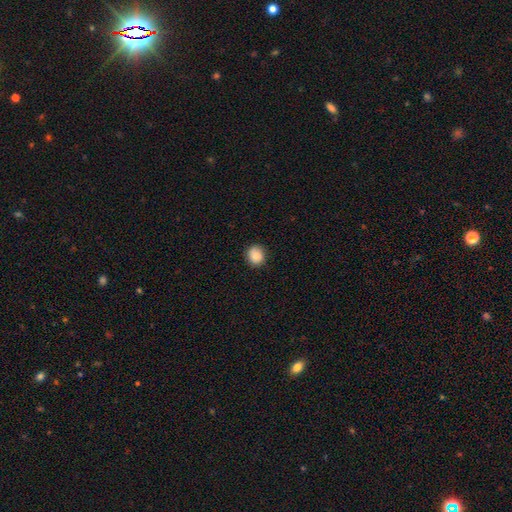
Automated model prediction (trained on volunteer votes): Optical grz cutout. It shows a smooth galaxy with no disk features (86%) that is round (84%). Merging: none (88%).